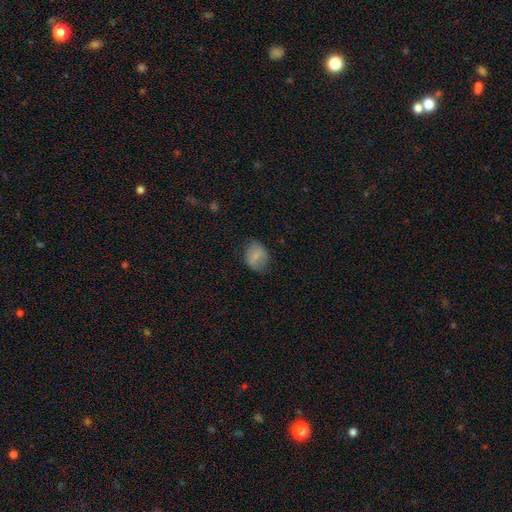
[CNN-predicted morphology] Smooth or featured? smooth (74%)
How rounded? in between (57%)
Merging? none (71%)